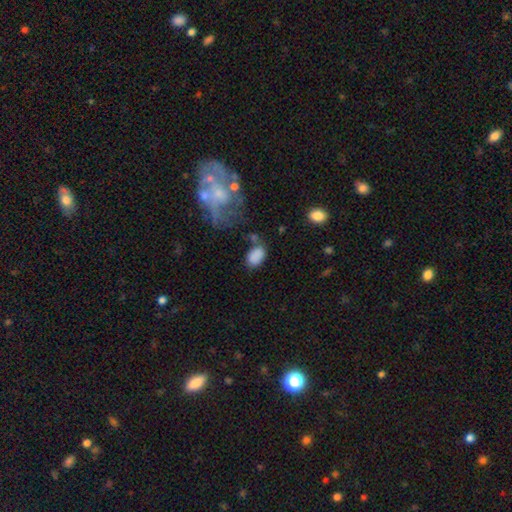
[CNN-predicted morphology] smooth-or-featured: smooth: 84% | star or artifact: 9% | featured or disk: 7%
  how-rounded: in between: 89% | round: 10% | cigar-shaped: 1%
  merging: none: 60% | minor disturbance: 21% | merger: 10% | major disturbance: 9%